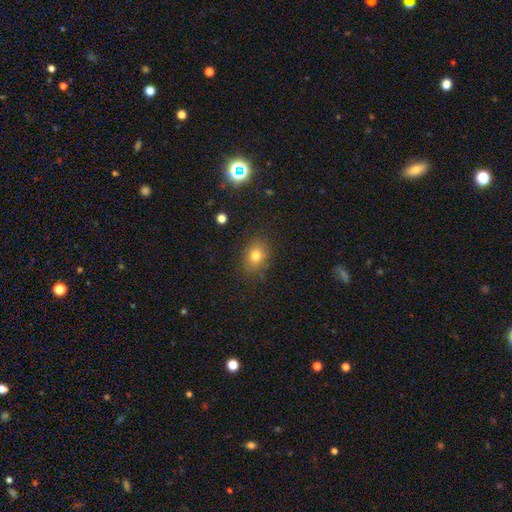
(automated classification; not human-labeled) The model was most divided on "how rounded": in between: 52%, round: 47%, cigar-shaped: 1%. More confident: merging — none (83%); smooth or featured — smooth (78%).